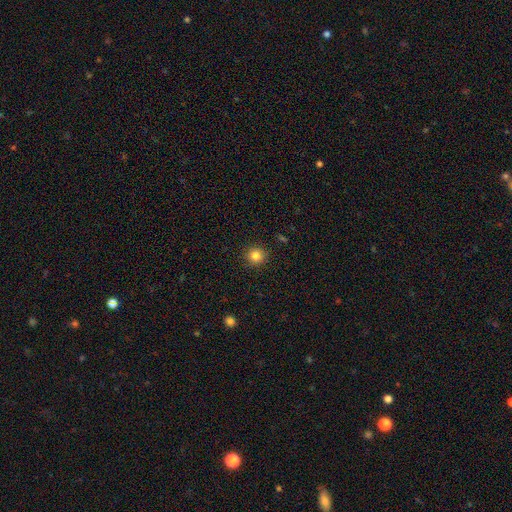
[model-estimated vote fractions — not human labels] Smooth or featured?
  - smooth: 83% *
  - star or artifact: 12%
  - featured or disk: 5%
How rounded?
  - round: 93% *
  - in between: 6%
  - cigar-shaped: 1%
Merging?
  - none: 91% *
  - minor disturbance: 6%
  - major disturbance: 2%
  - merger: 1%